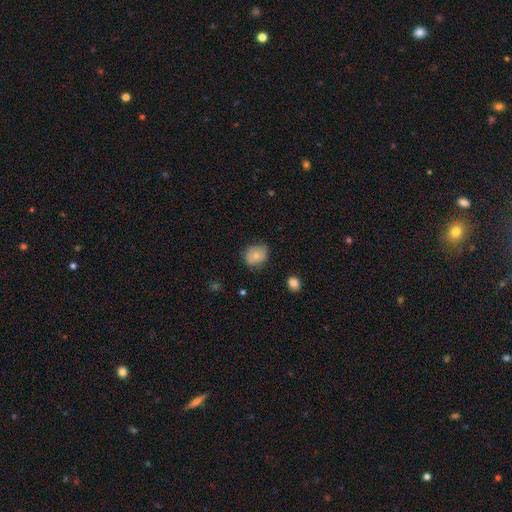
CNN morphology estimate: A smooth galaxy with no disk features (76%) that is round (55%). Merging: none (69%).